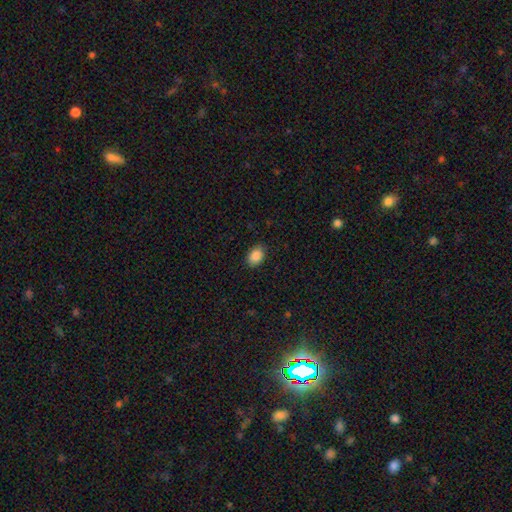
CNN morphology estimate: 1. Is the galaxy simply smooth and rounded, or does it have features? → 88% smooth, 8% star or artifact, 4% featured or disk.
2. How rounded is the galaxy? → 81% in between, 18% round, 1% cigar-shaped.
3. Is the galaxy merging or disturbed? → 88% none, 9% minor disturbance, 2% major disturbance, 1% merger.